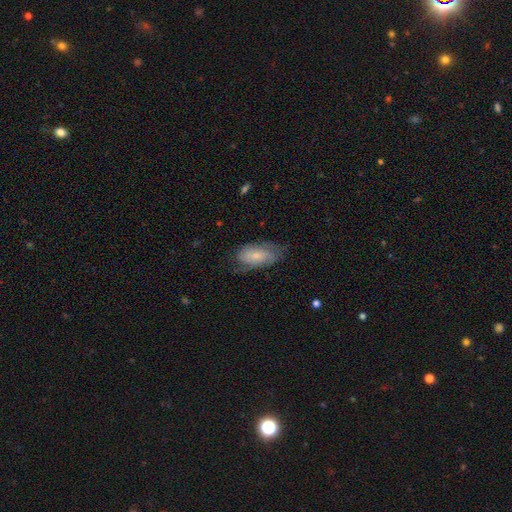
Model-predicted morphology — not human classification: Smooth or featured? featured or disk (53%)
Edge-on disk? no (94%)
Merging? none (59%)